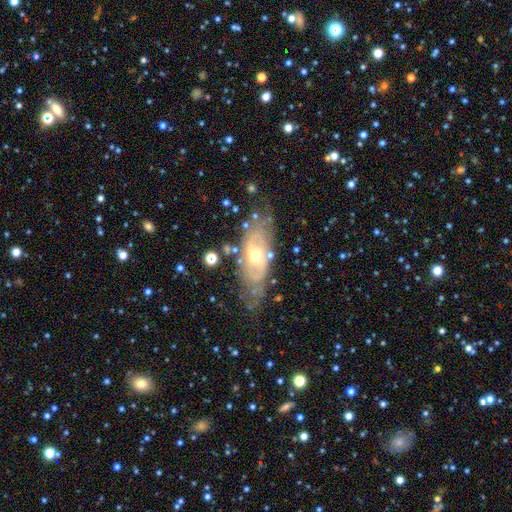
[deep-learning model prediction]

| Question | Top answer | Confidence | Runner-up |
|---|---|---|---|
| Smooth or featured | featured or disk | 77% | smooth (16%) |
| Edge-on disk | no | 85% | yes (15%) |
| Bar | no | 63% | weak (29%) |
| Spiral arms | yes | 80% | no (20%) |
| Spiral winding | tight | 60% | medium (30%) |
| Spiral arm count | can't tell | 52% | 2 (32%) |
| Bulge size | moderate | 52% | small (43%) |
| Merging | none | 68% | minor disturbance (21%) |